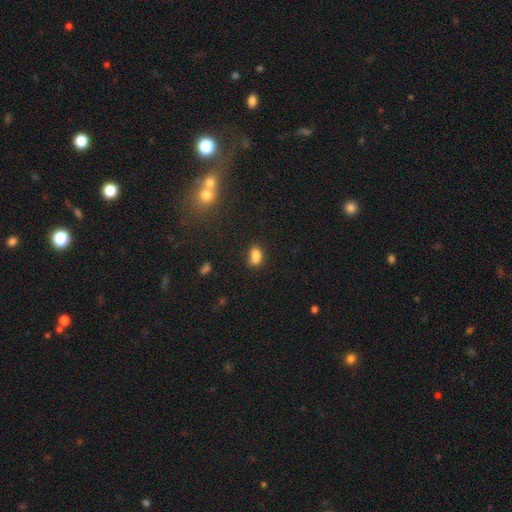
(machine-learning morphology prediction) A smooth galaxy with no disk features (82%) that is in between round and cigar-shaped (81%).

Vote fractions:
- Smooth or featured? smooth: 82% / star or artifact: 11% / featured or disk: 7%
- How rounded? in between: 81% / round: 16% / cigar-shaped: 3%
- Merging? none: 56% / minor disturbance: 22% / merger: 16% / major disturbance: 7%